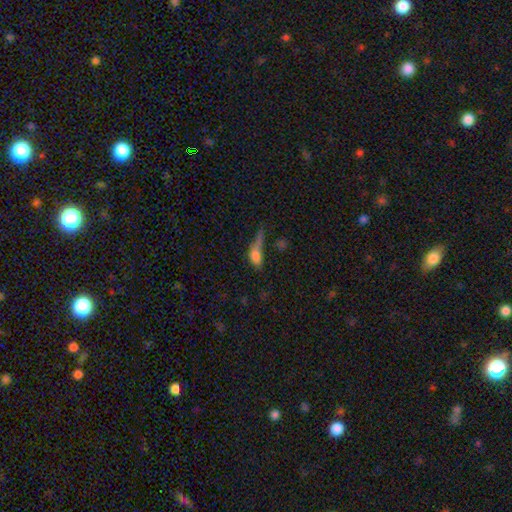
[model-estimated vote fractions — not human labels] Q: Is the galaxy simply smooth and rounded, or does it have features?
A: smooth — 67%.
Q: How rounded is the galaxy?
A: in between — 65%.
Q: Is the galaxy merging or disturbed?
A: major disturbance — 35%.